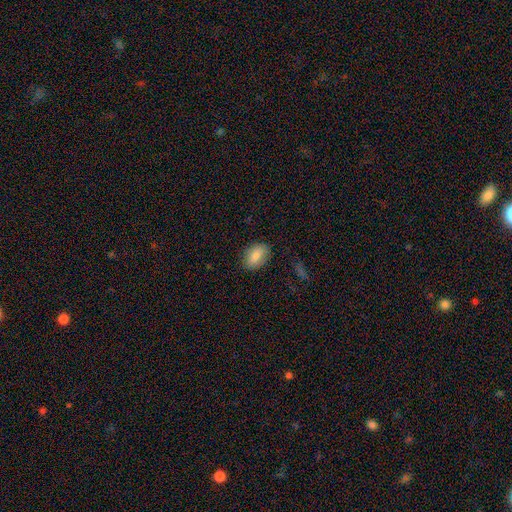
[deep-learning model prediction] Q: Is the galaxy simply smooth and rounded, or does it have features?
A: smooth — 83%.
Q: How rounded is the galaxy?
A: in between — 86%.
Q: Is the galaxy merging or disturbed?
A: none — 84%.